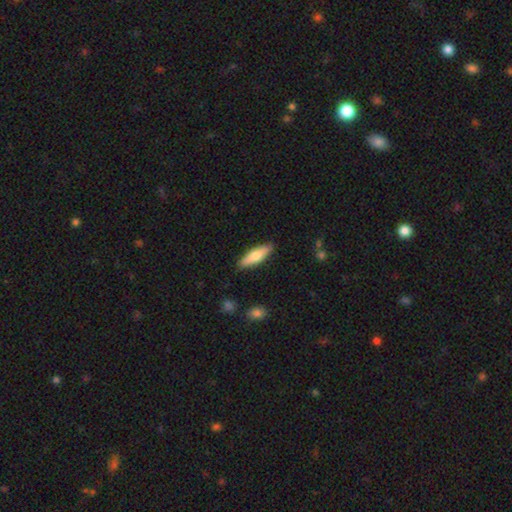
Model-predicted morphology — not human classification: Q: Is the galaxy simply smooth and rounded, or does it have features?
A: smooth — 66%.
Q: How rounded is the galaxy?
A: cigar-shaped — 61%.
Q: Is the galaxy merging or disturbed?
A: none — 87%.